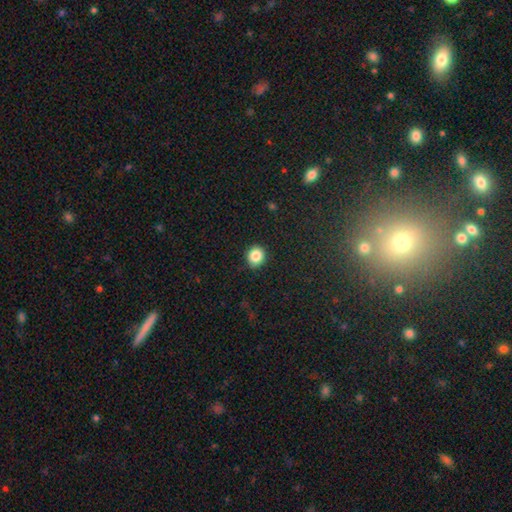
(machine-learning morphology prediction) Overall: smooth (86%). How rounded: round (84%). Merging: none (87%).